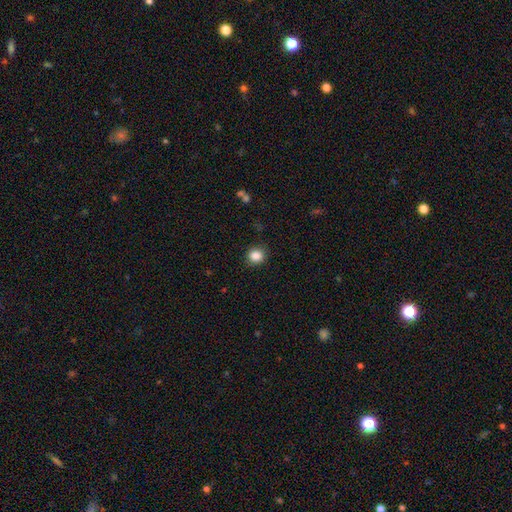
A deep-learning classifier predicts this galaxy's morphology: type=smooth (86%); roundness=round (82%); merging=none (87%).